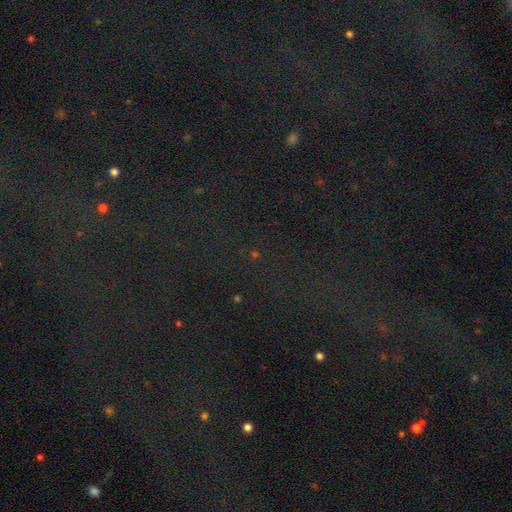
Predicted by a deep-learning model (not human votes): A star or artifact, not a galaxy (80%).